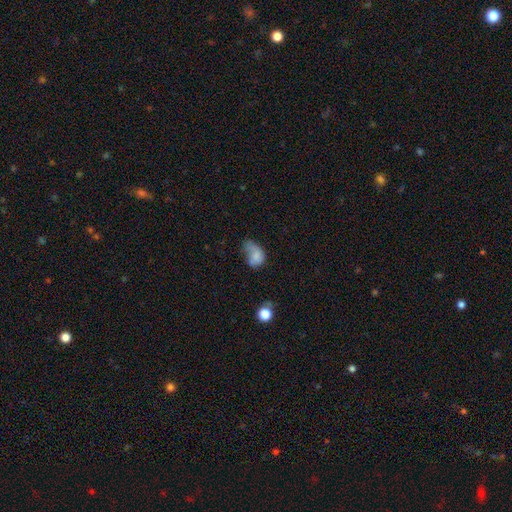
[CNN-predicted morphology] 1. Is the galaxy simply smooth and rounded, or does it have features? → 71% smooth, 18% featured or disk, 11% star or artifact.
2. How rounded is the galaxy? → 77% in between, 22% round, 1% cigar-shaped.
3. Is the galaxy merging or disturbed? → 37% major disturbance, 31% minor disturbance, 21% none, 11% merger.